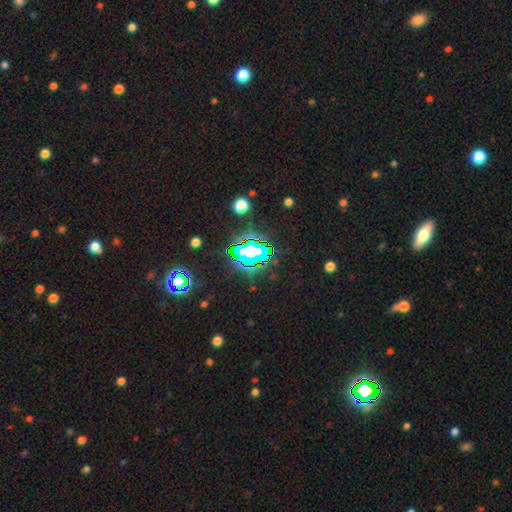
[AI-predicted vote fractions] star or artifact 77%, smooth 14%, featured or disk 9%.